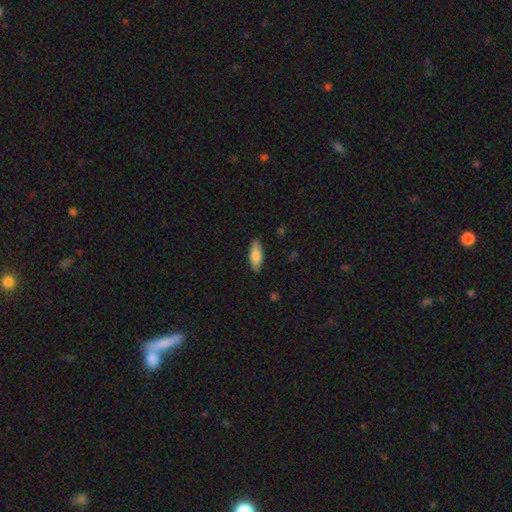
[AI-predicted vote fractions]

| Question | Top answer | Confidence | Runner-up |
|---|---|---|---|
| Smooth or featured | smooth | 82% | featured or disk (12%) |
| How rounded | in between | 70% | cigar-shaped (28%) |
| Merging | none | 89% | minor disturbance (9%) |